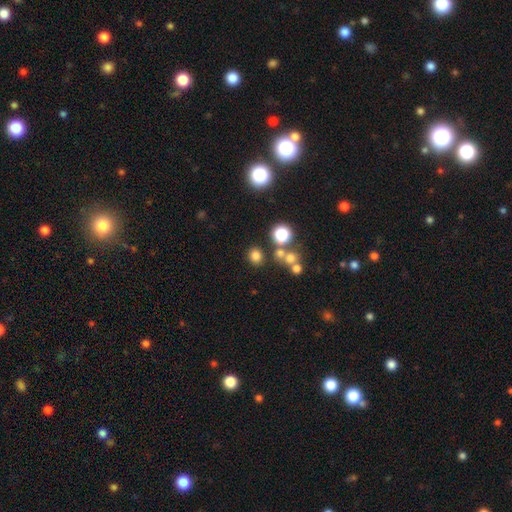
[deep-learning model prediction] smooth 75%, star or artifact 18%, featured or disk 7%. Down the decision tree: how rounded — round (74%); merging — none (79%).